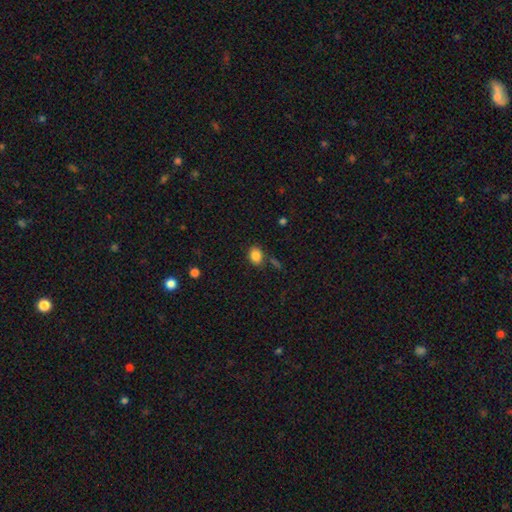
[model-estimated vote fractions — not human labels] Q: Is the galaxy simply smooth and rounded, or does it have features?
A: smooth — 85%.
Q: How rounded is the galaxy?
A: in between — 58%.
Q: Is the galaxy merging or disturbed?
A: none — 73%.